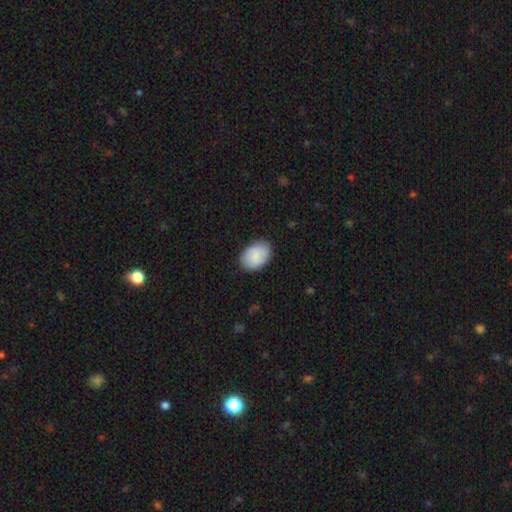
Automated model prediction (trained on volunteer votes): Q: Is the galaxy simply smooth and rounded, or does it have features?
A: smooth — 87%.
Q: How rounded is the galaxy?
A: in between — 83%.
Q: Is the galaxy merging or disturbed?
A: none — 83%.